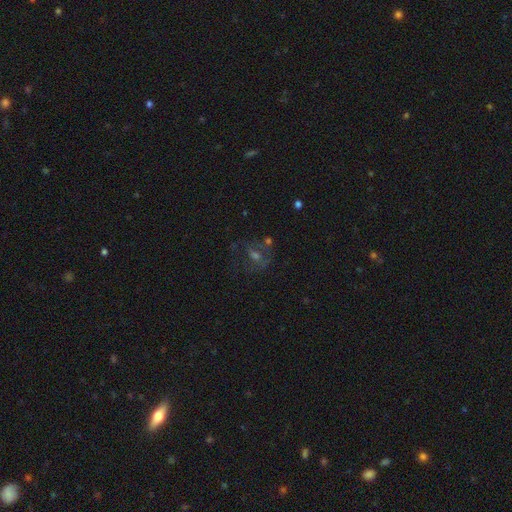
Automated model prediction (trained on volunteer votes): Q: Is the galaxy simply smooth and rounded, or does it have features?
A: featured or disk — 42%.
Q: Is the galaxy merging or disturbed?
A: none — 57%.